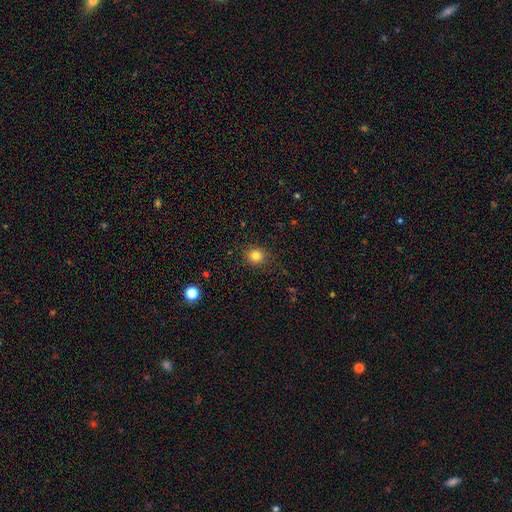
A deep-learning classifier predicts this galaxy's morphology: A smooth galaxy with no disk features (82%) that is round (86%).

Vote fractions:
- Smooth or featured? smooth: 82% / star or artifact: 12% / featured or disk: 6%
- How rounded? round: 86% / in between: 13% / cigar-shaped: 1%
- Merging? none: 88% / minor disturbance: 8% / major disturbance: 3% / merger: 1%